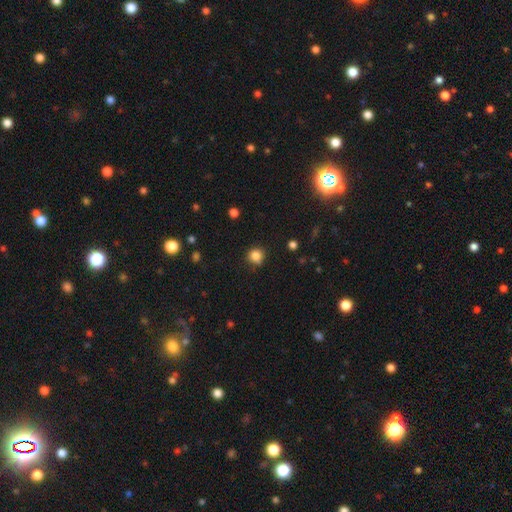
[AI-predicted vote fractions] The model was most divided on "smooth or featured": smooth: 84%, star or artifact: 12%, featured or disk: 4%. More confident: how rounded — round (91%); merging — none (84%).